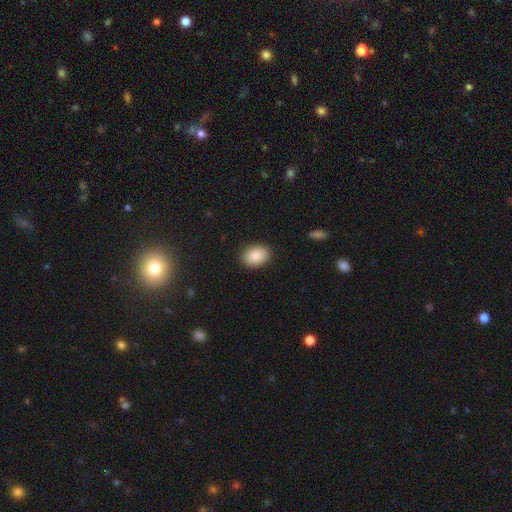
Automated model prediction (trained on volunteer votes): Q: Smooth or featured?
A: smooth (86%); runner-up: star or artifact (7%)
Q: How rounded?
A: in between (79%); runner-up: round (20%)
Q: Merging?
A: none (89%); runner-up: minor disturbance (8%)